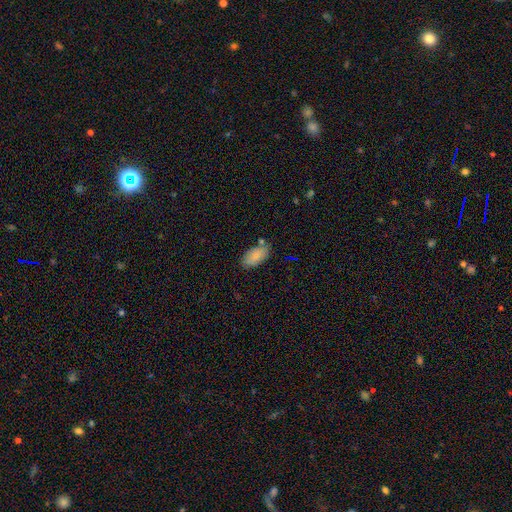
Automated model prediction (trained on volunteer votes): smooth-or-featured: smooth: 84% | featured or disk: 9% | star or artifact: 7%
  how-rounded: in between: 94% | cigar-shaped: 3% | round: 3%
  merging: none: 72% | minor disturbance: 18% | merger: 7% | major disturbance: 4%